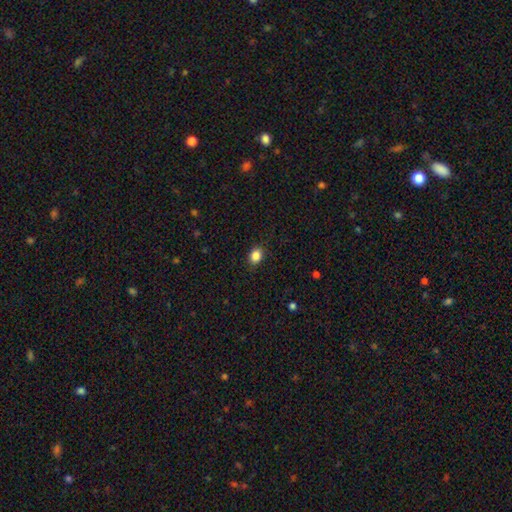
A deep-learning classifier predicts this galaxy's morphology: This is clearly a smooth galaxy (86%). How rounded: possibly in between (56%). Merging: clearly none (88%).